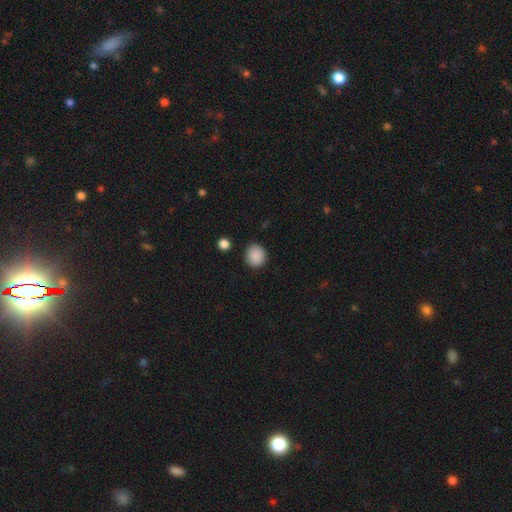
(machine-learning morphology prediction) Smooth or featured? Predicted: smooth (p=0.89). How rounded? Predicted: round (p=0.88). Merging? Predicted: none (p=0.89).